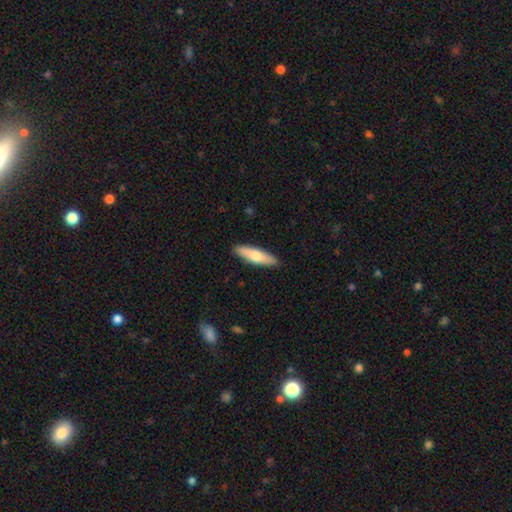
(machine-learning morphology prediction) smooth_or_featured: smooth (p=0.69) [alt: featured or disk p=0.26]
how_rounded: cigar-shaped (p=0.65) [alt: in between p=0.33]
merging: none (p=0.89) [alt: minor disturbance p=0.08]